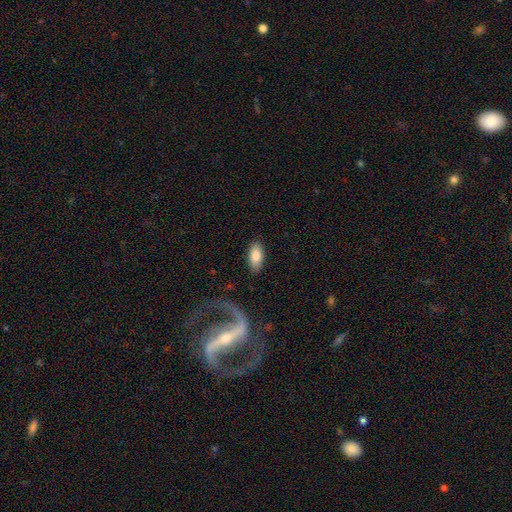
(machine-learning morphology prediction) smooth-or-featured: smooth: 80% | featured or disk: 14% | star or artifact: 6%
  how-rounded: in between: 88% | cigar-shaped: 10% | round: 2%
  merging: none: 86% | minor disturbance: 9% | major disturbance: 3% | merger: 2%